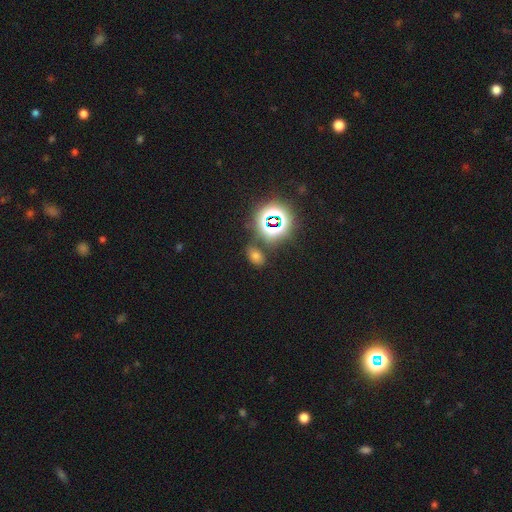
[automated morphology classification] A smooth galaxy with no disk features (54%) that is in between round and cigar-shaped (80%).

Vote fractions:
- Smooth or featured? smooth: 54% / star or artifact: 36% / featured or disk: 10%
- How rounded? in between: 80% / round: 18% / cigar-shaped: 2%
- Merging? none: 76% / minor disturbance: 13% / merger: 7% / major disturbance: 4%